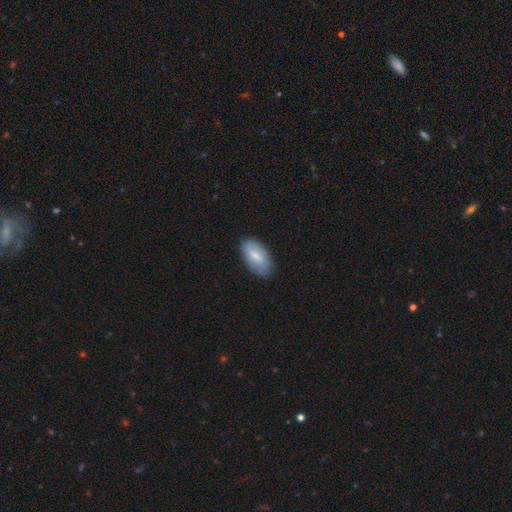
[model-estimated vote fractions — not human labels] smooth_or_featured: smooth (p=0.71) [alt: featured or disk p=0.23]
how_rounded: in between (p=0.93) [alt: cigar-shaped p=0.05]
merging: none (p=0.80) [alt: minor disturbance p=0.16]